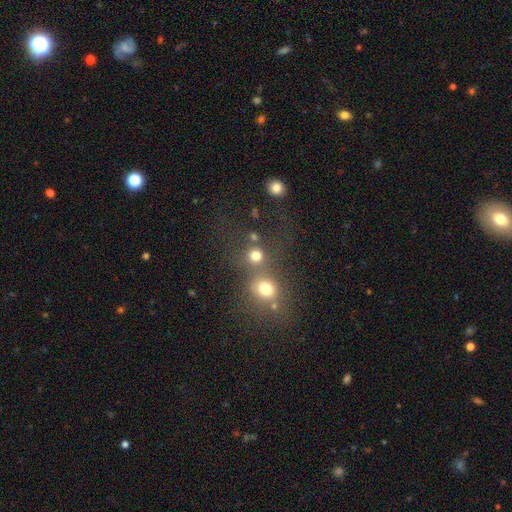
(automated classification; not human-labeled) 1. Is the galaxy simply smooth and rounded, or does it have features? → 76% smooth, 16% star or artifact, 8% featured or disk.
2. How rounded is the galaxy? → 88% round, 11% in between, 1% cigar-shaped.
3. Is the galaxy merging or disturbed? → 52% none, 36% merger, 7% minor disturbance, 5% major disturbance.